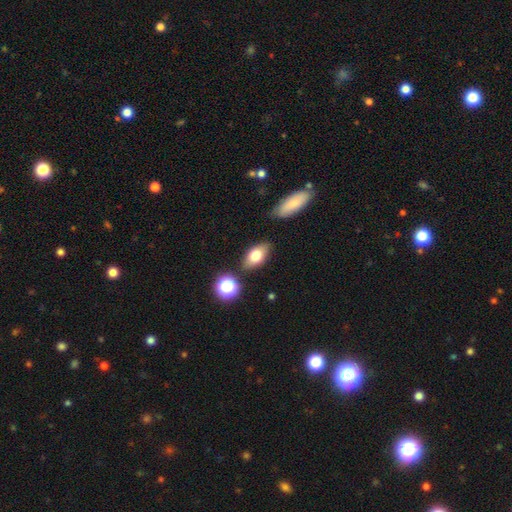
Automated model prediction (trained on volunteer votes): Smooth or featured?
  - smooth: 75% *
  - featured or disk: 16%
  - star or artifact: 9%
How rounded?
  - in between: 88% *
  - round: 8%
  - cigar-shaped: 5%
Merging?
  - none: 79% *
  - minor disturbance: 12%
  - merger: 5%
  - major disturbance: 3%